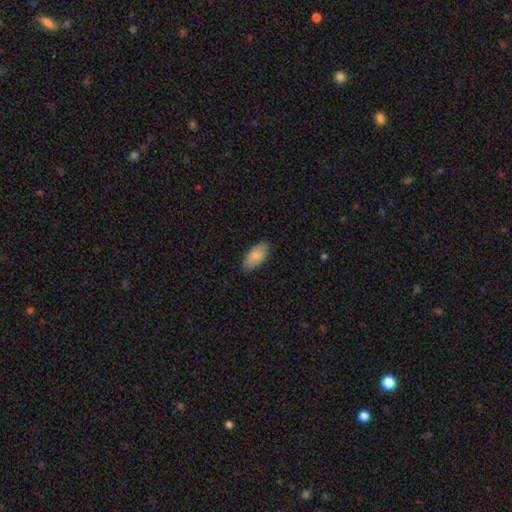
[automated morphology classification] Smooth or featured? smooth (85%)
How rounded? in between (92%)
Merging? none (82%)